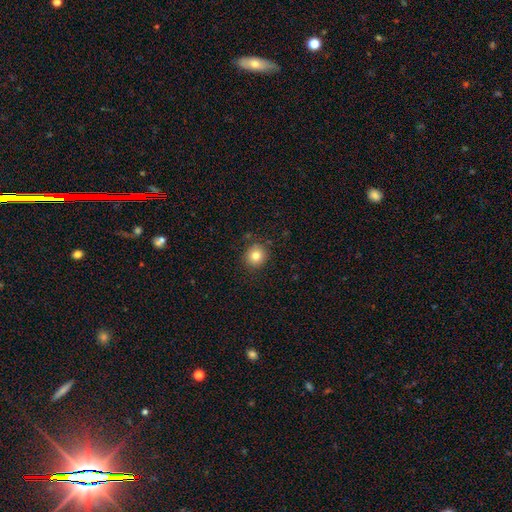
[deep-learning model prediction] Smooth or featured? Predicted: smooth (p=0.81). How rounded? Predicted: round (p=0.88). Merging? Predicted: none (p=0.85).